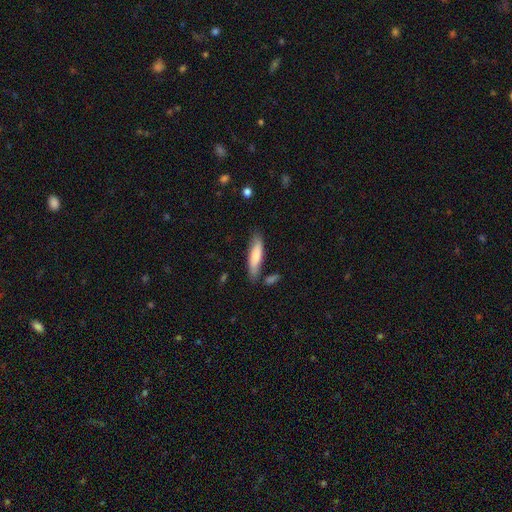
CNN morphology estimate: Smooth or featured? Predicted: smooth (p=0.71). How rounded? Predicted: cigar-shaped (p=0.68). Merging? Predicted: none (p=0.75).